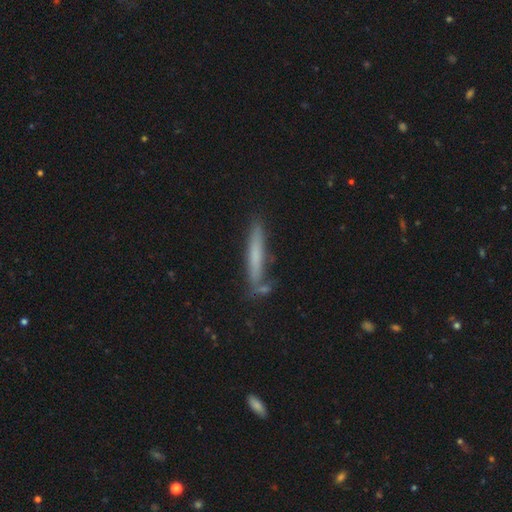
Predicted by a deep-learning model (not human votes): This appears to be a smooth galaxy with no disk features (60%) that is cigar-shaped (93%). Merging: none (73%).